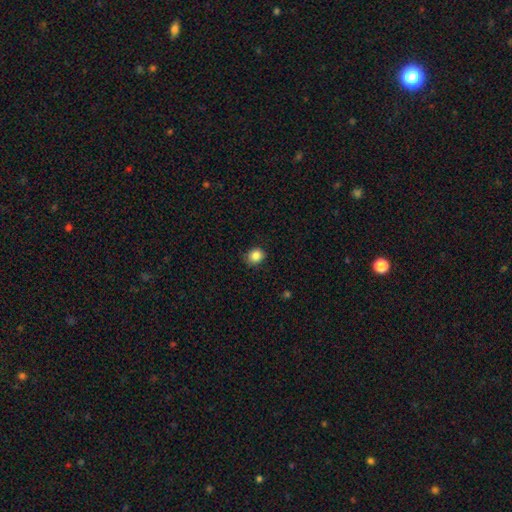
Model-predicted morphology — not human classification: smooth_or_featured: smooth (p=0.87) [alt: star or artifact p=0.10]
how_rounded: round (p=0.69) [alt: in between p=0.30]
merging: none (p=0.83) [alt: minor disturbance p=0.14]